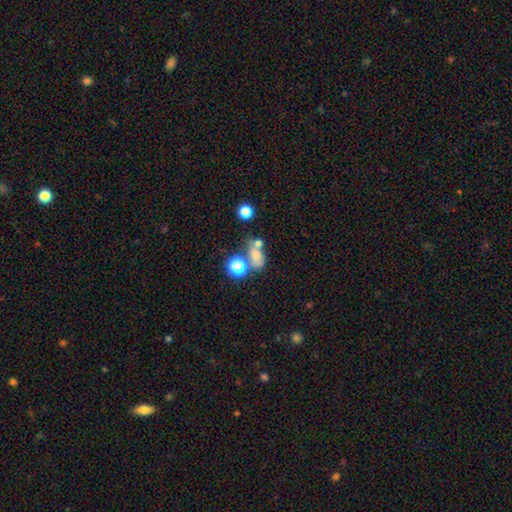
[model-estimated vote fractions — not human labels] A smooth galaxy with no disk features (60%) that is in between round and cigar-shaped (56%).

Vote fractions:
- Smooth or featured? smooth: 60% / featured or disk: 21% / star or artifact: 20%
- How rounded? in between: 56% / round: 41% / cigar-shaped: 3%
- Merging? merger: 38% / none: 36% / minor disturbance: 14% / major disturbance: 11%